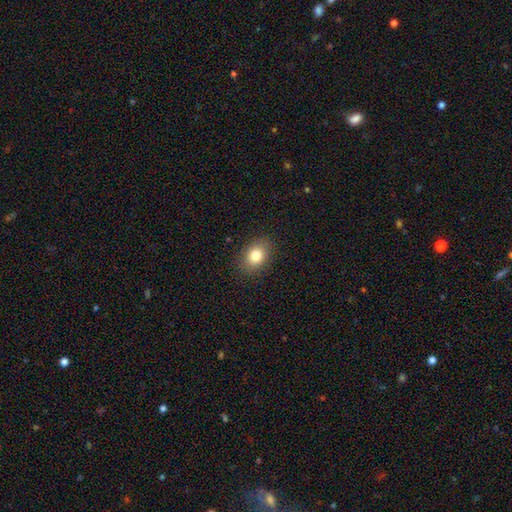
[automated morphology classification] A smooth galaxy with no disk features (81%) that is in between round and cigar-shaped (71%). Merging: none (88%).